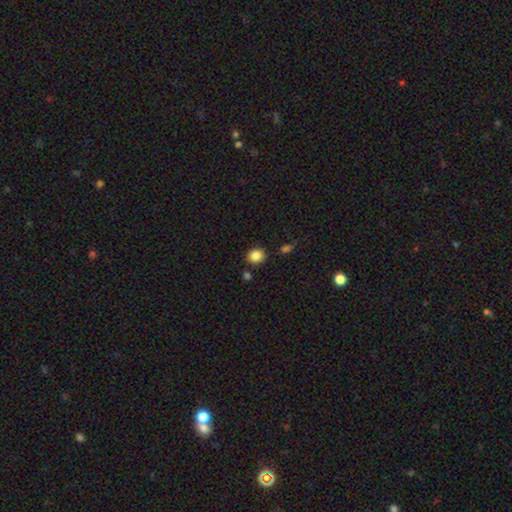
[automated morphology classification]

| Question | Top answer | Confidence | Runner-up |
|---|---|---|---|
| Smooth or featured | smooth | 86% | star or artifact (10%) |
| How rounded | round | 76% | in between (23%) |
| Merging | none | 83% | minor disturbance (9%) |